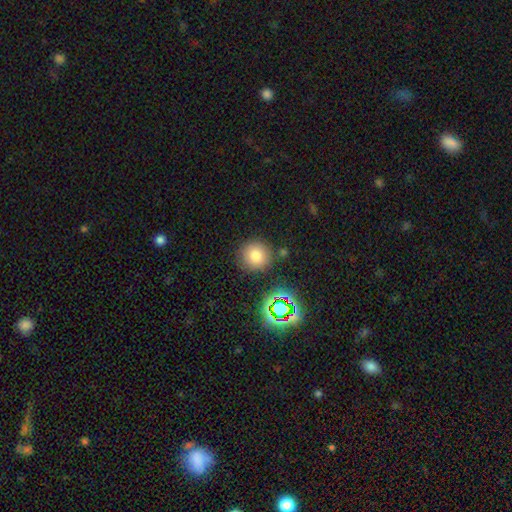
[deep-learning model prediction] The model was most divided on "smooth or featured": smooth: 76%, star or artifact: 15%, featured or disk: 8%. More confident: how rounded — round (93%); merging — none (84%).